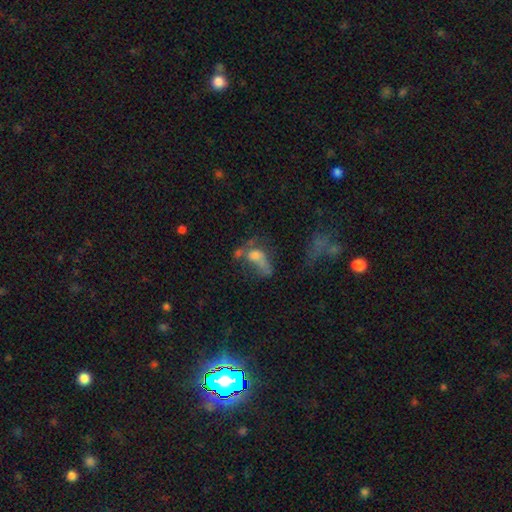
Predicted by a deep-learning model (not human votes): smooth 42%, featured or disk 37%, star or artifact 21%. Down the decision tree: merging — major disturbance (39%).